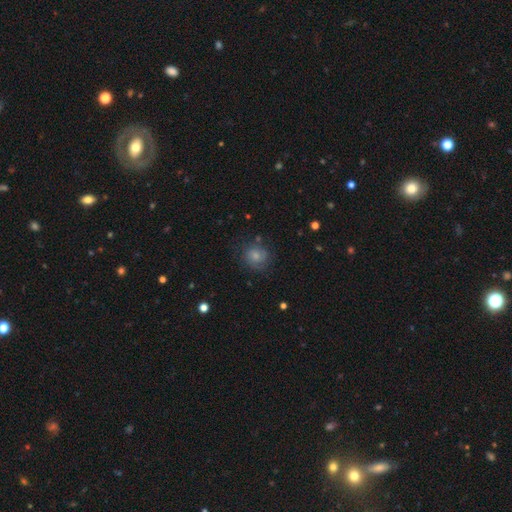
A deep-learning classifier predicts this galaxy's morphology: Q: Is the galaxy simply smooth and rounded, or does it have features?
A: smooth — 60%.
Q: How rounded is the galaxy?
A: round — 84%.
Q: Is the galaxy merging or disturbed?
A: none — 72%.